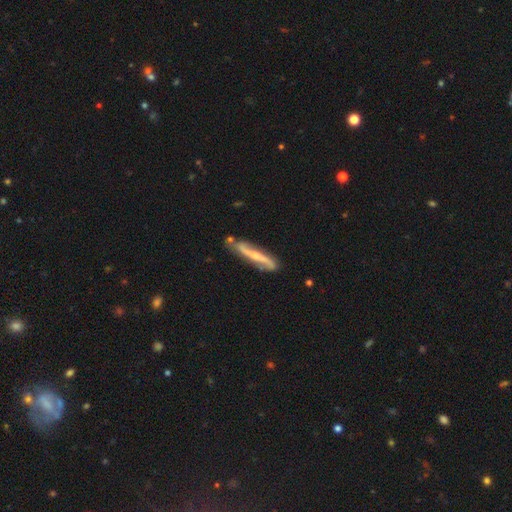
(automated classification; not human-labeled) featured or disk 76%, smooth 19%, star or artifact 5%. Down the decision tree: edge-on disk — no (59%); merging — none (74%).